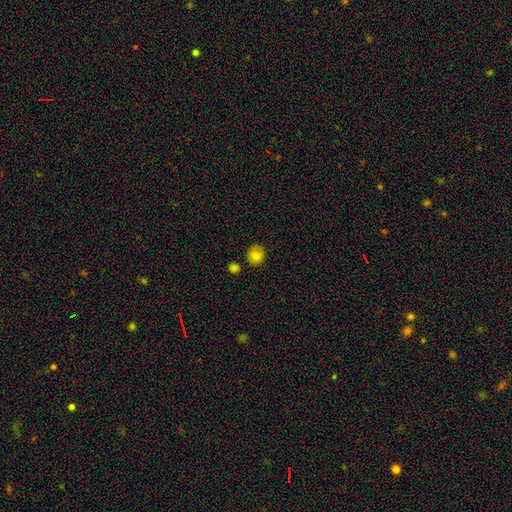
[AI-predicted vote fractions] Smooth or featured? Predicted: smooth (p=0.80). How rounded? Predicted: round (p=0.86). Merging? Predicted: none (p=0.83).